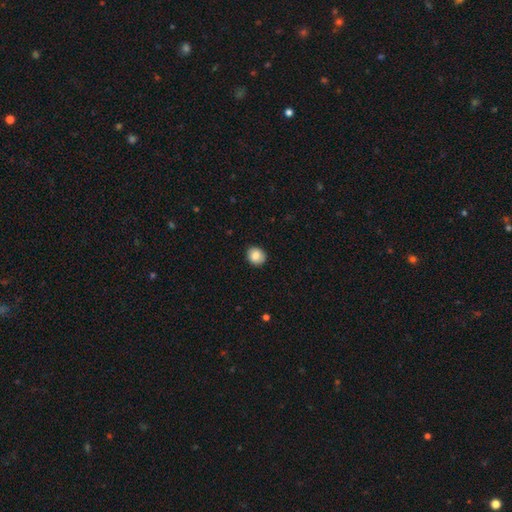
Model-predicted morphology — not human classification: The model was most divided on "how rounded": round: 77%, in between: 22%, cigar-shaped: 1%. More confident: merging — none (89%); smooth or featured — smooth (84%).